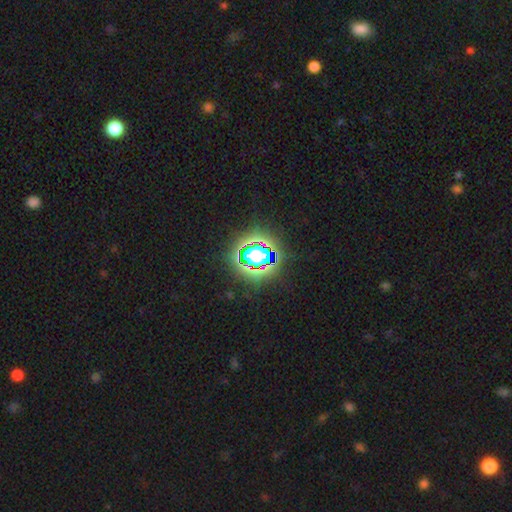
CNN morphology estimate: Q: Smooth or featured?
A: star or artifact (66%); runner-up: smooth (21%)